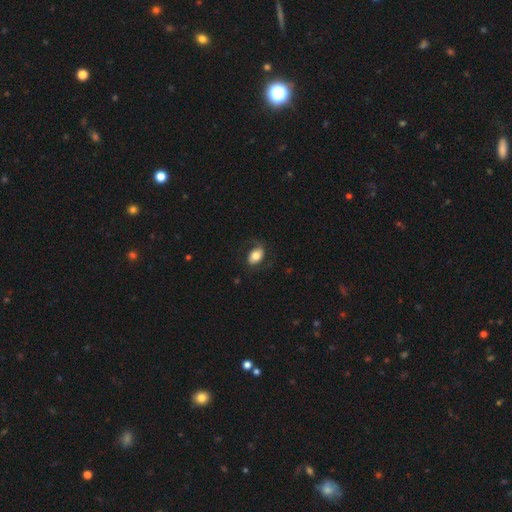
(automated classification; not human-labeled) This appears to be a smooth galaxy with no disk features (61%) that is in between round and cigar-shaped (83%). Merging: none (67%).